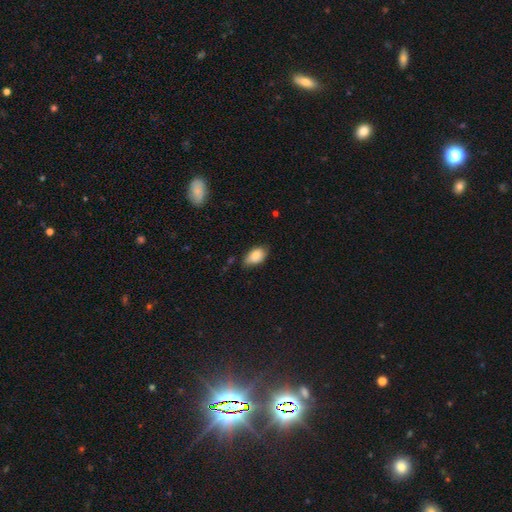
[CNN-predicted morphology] Smooth or featured? smooth (84%)
How rounded? in between (92%)
Merging? none (64%)